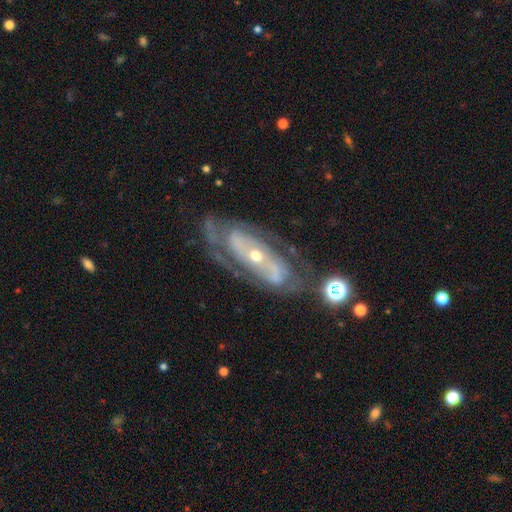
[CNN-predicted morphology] Smooth or featured?
  - featured or disk: 84% *
  - smooth: 10%
  - star or artifact: 6%
Edge-on disk?
  - no: 90% *
  - yes: 10%
Bar?
  - no: 62% *
  - weak: 22%
  - strong: 16%
Spiral arms?
  - yes: 85% *
  - no: 15%
Spiral winding?
  - tight: 55% *
  - medium: 33%
  - loose: 11%
Spiral arm count?
  - 2: 55% *
  - can't tell: 27%
  - 3: 8%
  - 1: 4%
  - 4: 3%
  - more than 4: 3%
Bulge size?
  - small: 59% *
  - moderate: 36%
  - large: 2%
  - none: 1%
  - dominant: 1%
Merging?
  - none: 68% *
  - minor disturbance: 17%
  - major disturbance: 11%
  - merger: 4%